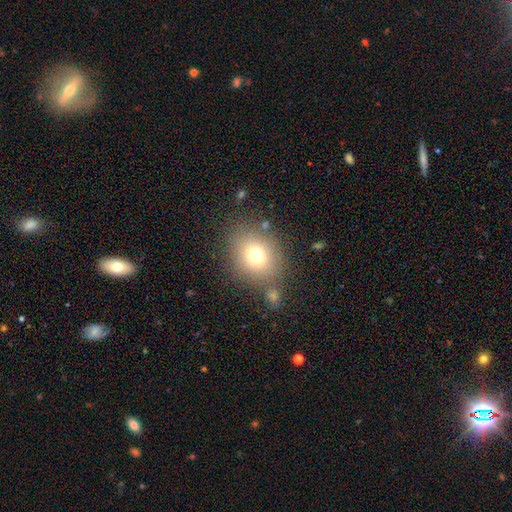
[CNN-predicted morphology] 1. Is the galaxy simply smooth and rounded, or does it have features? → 73% smooth, 14% star or artifact, 13% featured or disk.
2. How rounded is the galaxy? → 66% round, 33% in between, 1% cigar-shaped.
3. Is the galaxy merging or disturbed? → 74% none, 12% minor disturbance, 9% merger, 5% major disturbance.